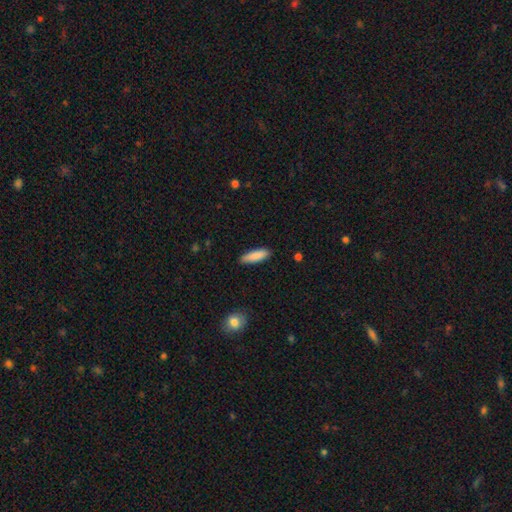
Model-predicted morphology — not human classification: This is clearly a smooth galaxy (88%). How rounded: possibly cigar-shaped (56%). Merging: clearly none (89%).